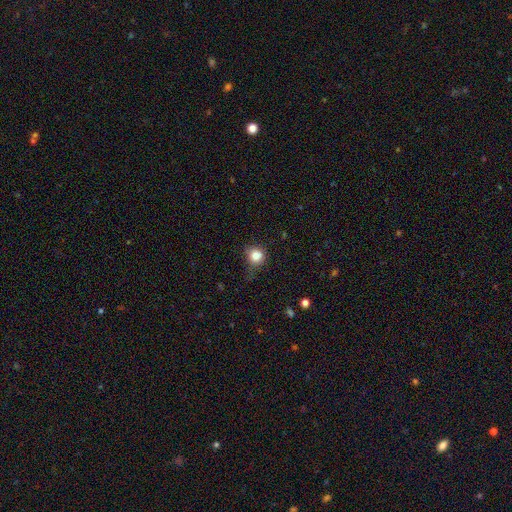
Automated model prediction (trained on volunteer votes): Overall: smooth (81%). How rounded: round (84%). Merging: none (63%; minor disturbance 27%).